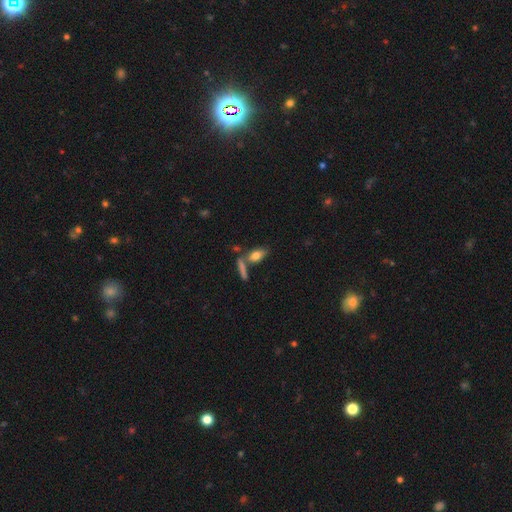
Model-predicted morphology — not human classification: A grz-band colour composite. It shows a smooth galaxy with no disk features (74%) that is in between round and cigar-shaped (77%). Merging: none (58%).